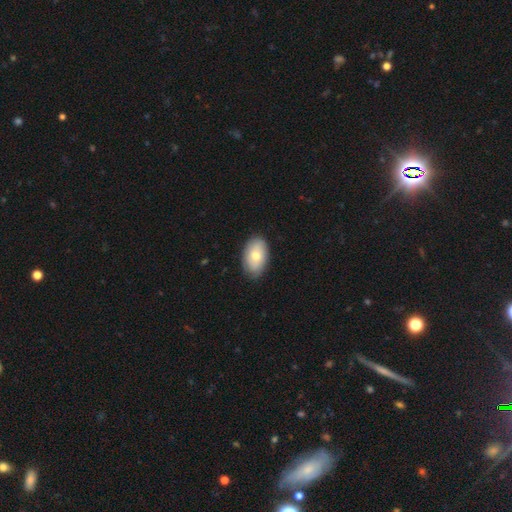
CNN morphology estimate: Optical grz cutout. It shows a smooth galaxy with no disk features (71%) that is in between round and cigar-shaped (91%). Merging: none (85%).